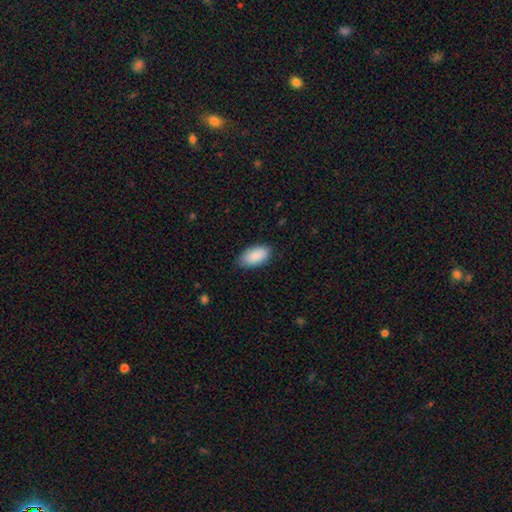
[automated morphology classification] smooth 89%, star or artifact 6%, featured or disk 5%. Down the decision tree: how rounded — in between (95%); merging — none (84%).